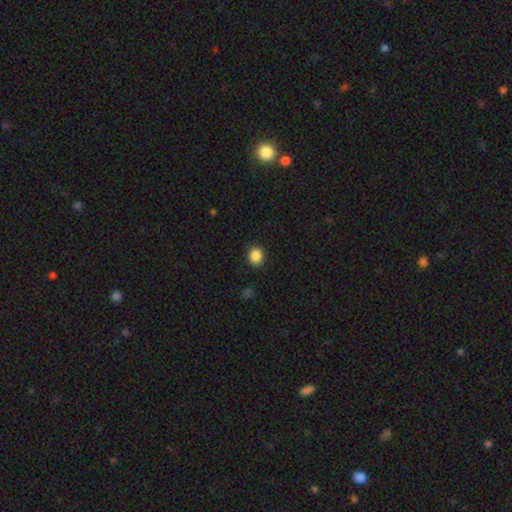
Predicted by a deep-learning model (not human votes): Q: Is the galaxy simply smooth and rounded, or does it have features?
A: smooth — 87%.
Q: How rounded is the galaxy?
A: round — 75%.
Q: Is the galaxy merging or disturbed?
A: none — 90%.